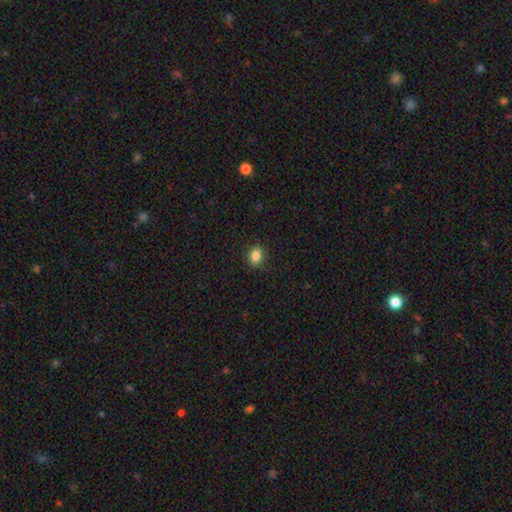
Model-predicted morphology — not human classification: This appears to be a smooth galaxy with no disk features (86%) that is in between round and cigar-shaped (58%). Merging: none (90%).